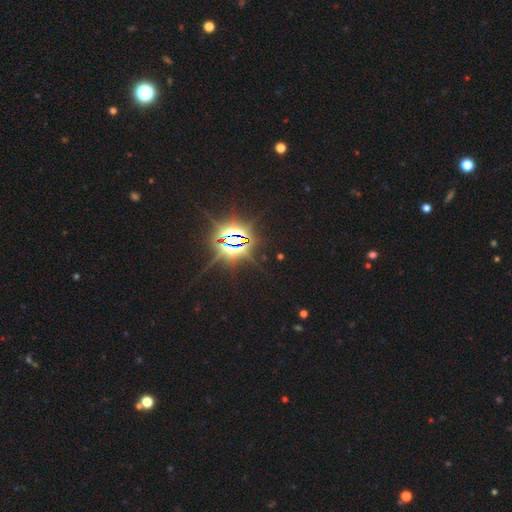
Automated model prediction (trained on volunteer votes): Smooth or featured? star or artifact (87%)